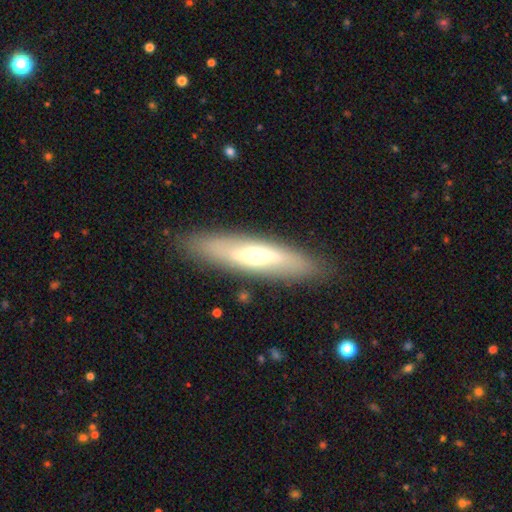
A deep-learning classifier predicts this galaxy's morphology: This appears to be a featured or disk galaxy (53%) viewed edge-on (59%). Merging: none (87%).